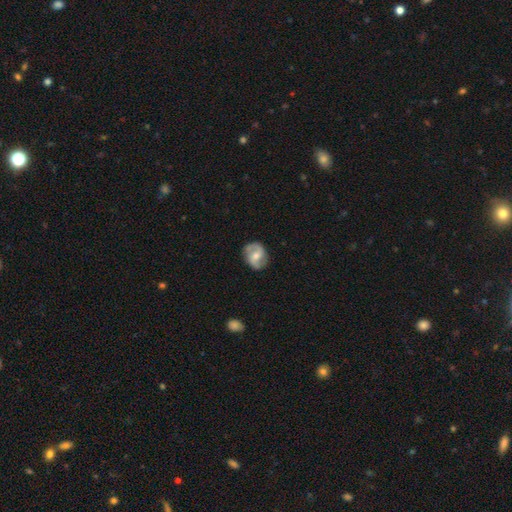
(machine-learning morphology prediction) Q: Smooth or featured?
A: featured or disk (75%); runner-up: smooth (20%)
Q: Edge-on disk?
A: no (97%); runner-up: yes (3%)
Q: Bar?
A: weak (46%); runner-up: no (37%)
Q: Spiral arms?
A: yes (92%); runner-up: no (8%)
Q: Spiral winding?
A: medium (47%); runner-up: loose (32%)
Q: Spiral arm count?
A: 2 (90%); runner-up: can't tell (5%)
Q: Bulge size?
A: moderate (58%); runner-up: small (35%)
Q: Merging?
A: none (80%); runner-up: minor disturbance (14%)